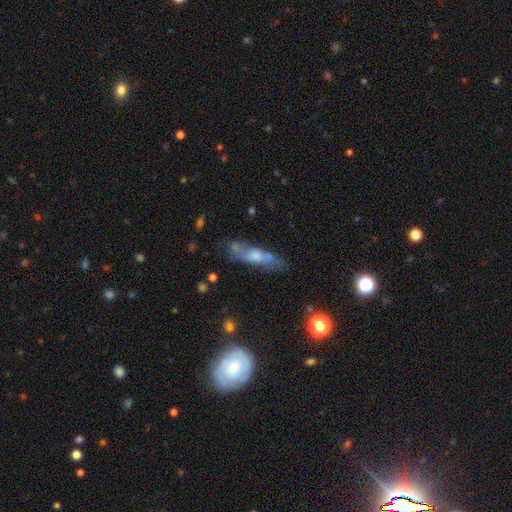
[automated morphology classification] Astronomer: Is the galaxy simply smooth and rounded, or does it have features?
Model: featured or disk — 51% (runner-up: smooth, 37%).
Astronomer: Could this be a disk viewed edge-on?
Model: yes — 53% (runner-up: no, 47%).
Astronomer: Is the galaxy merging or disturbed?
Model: none — 64%.